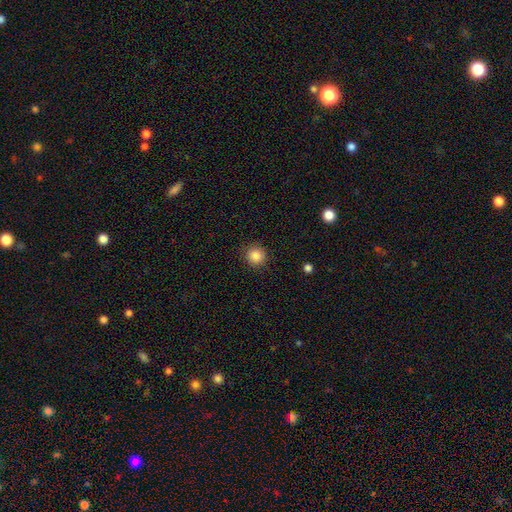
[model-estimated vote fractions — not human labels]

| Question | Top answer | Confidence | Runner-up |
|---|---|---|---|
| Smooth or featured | smooth | 85% | star or artifact (10%) |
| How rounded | round | 94% | in between (5%) |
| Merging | none | 90% | minor disturbance (7%) |